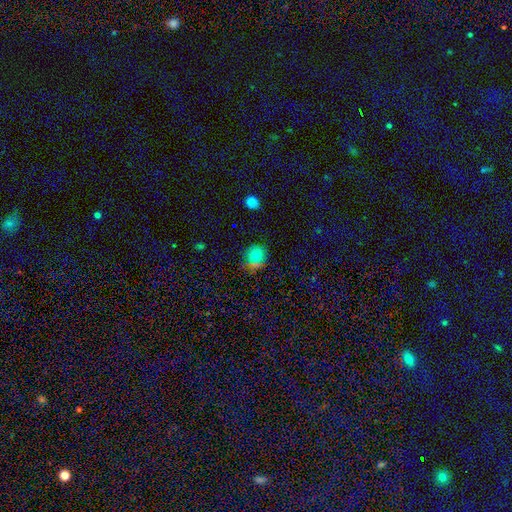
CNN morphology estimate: smooth 73%, star or artifact 17%, featured or disk 10%. Down the decision tree: how rounded — round (88%); merging — none (77%).